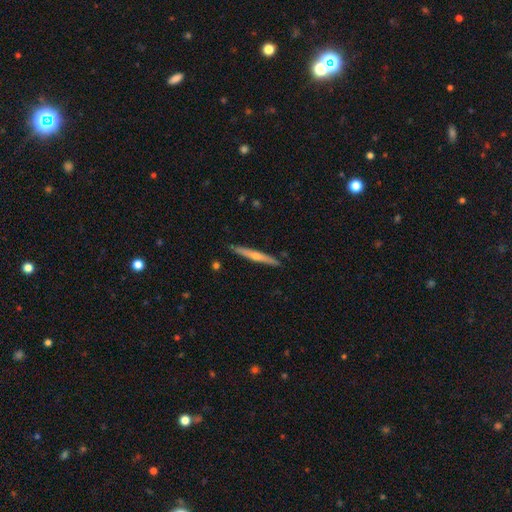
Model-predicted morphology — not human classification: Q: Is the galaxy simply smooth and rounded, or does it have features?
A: featured or disk — 62%.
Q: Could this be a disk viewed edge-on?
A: yes — 97%.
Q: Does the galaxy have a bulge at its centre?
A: rounded — 76%.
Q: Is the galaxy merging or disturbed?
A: none — 90%.